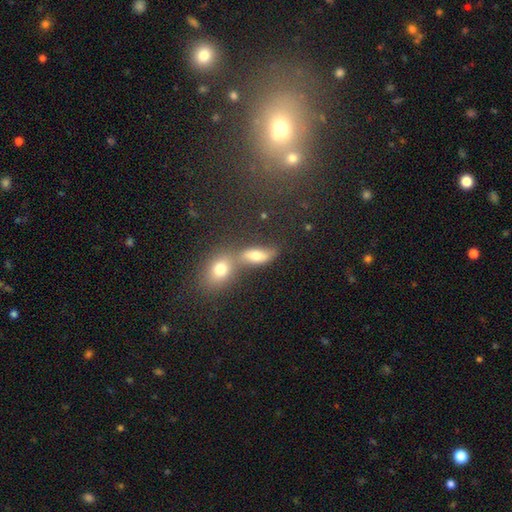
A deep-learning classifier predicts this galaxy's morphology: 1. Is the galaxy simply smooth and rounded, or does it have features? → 63% smooth, 21% featured or disk, 16% star or artifact.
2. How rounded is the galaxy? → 72% in between, 16% cigar-shaped, 13% round.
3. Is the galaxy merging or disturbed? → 42% merger, 41% none, 11% minor disturbance, 6% major disturbance.